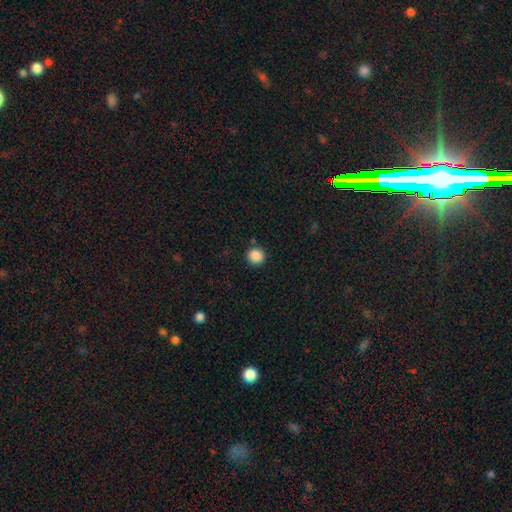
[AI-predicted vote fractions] A smooth galaxy with no disk features (87%) that is round (93%).

Vote fractions:
- Smooth or featured? smooth: 87% / star or artifact: 10% / featured or disk: 3%
- How rounded? round: 93% / in between: 6% / cigar-shaped: 1%
- Merging? none: 88% / minor disturbance: 7% / merger: 3% / major disturbance: 2%